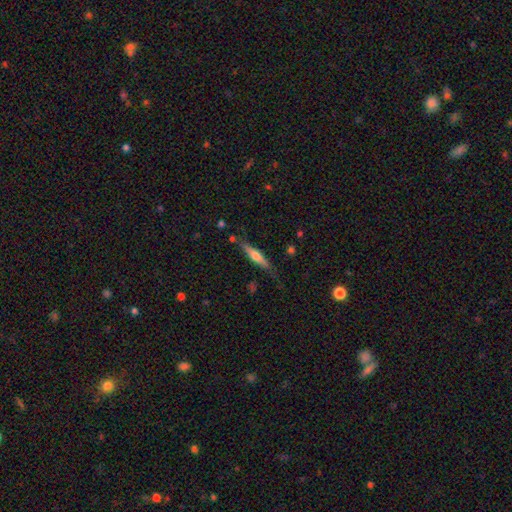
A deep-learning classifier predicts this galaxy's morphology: Smooth or featured? featured or disk (55%)
Edge-on disk? yes (94%)
Edge-on bulge? rounded (86%)
Merging? none (76%)